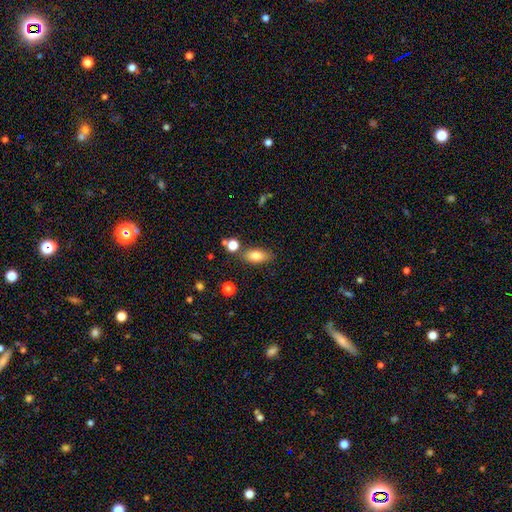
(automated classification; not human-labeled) smooth-or-featured: smooth: 78% | featured or disk: 12% | star or artifact: 9%
  how-rounded: in between: 84% | cigar-shaped: 9% | round: 7%
  merging: none: 76% | minor disturbance: 13% | merger: 7% | major disturbance: 3%